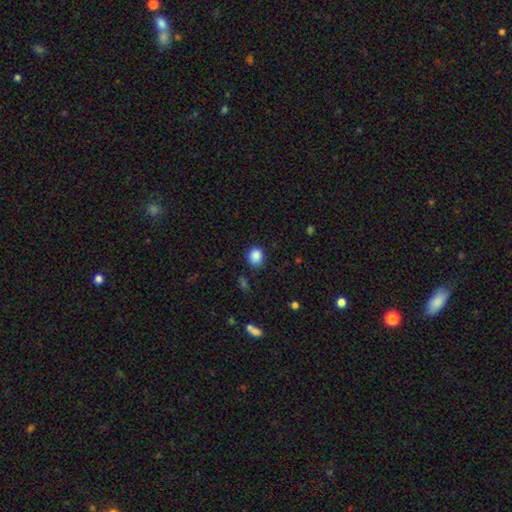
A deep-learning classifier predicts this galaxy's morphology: smooth_or_featured: smooth (p=0.87) [alt: star or artifact p=0.10]
how_rounded: round (p=0.75) [alt: in between p=0.25]
merging: none (p=0.85) [alt: minor disturbance p=0.10]